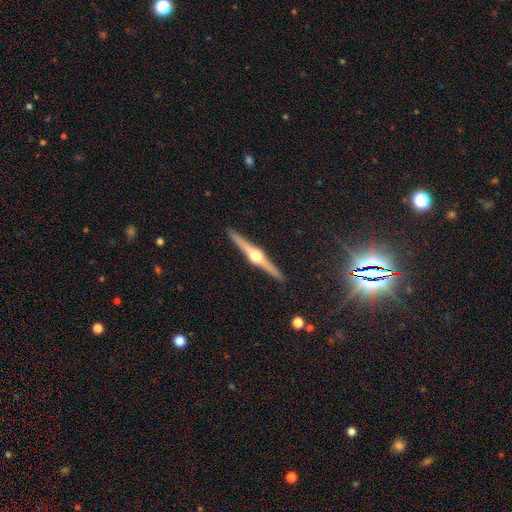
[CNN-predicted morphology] Smooth or featured? featured or disk (86%)
Edge-on disk? yes (99%)
Edge-on bulge? rounded (96%)
Merging? none (93%)